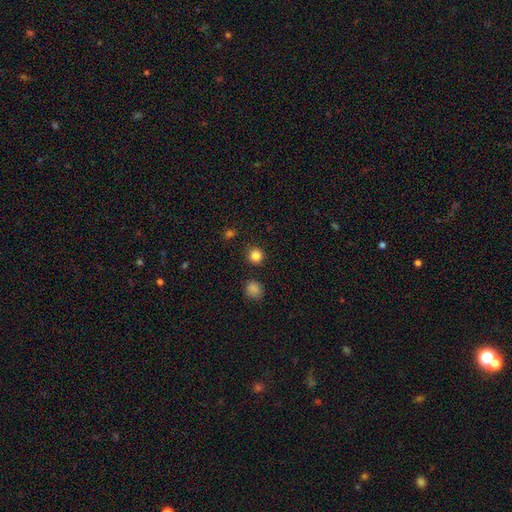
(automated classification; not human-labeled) Q: Smooth or featured?
A: smooth (84%); runner-up: star or artifact (12%)
Q: How rounded?
A: round (93%); runner-up: in between (6%)
Q: Merging?
A: none (89%); runner-up: minor disturbance (6%)